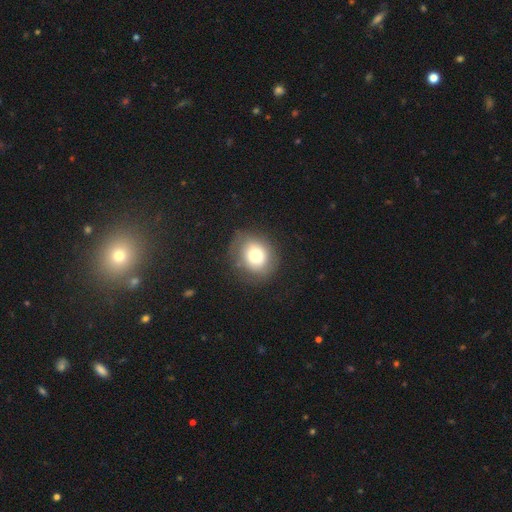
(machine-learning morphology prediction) smooth-or-featured: smooth: 72% | featured or disk: 18% | star or artifact: 9%
  how-rounded: round: 68% | in between: 31% | cigar-shaped: 1%
  merging: none: 74% | minor disturbance: 17% | major disturbance: 7% | merger: 2%